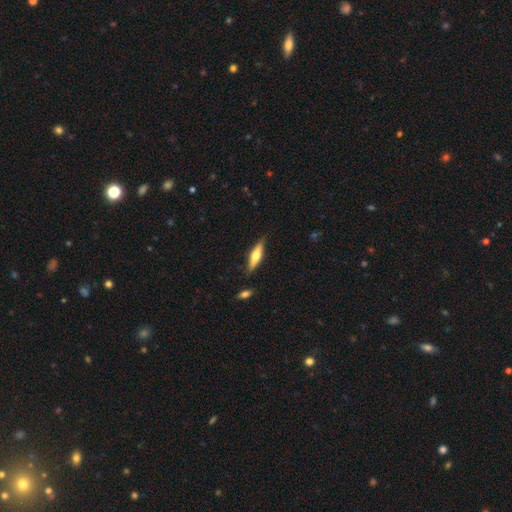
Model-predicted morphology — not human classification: The model was most divided on "smooth or featured": featured or disk: 51%, smooth: 43%, star or artifact: 6%. More confident: edge-on disk — yes (93%); merging — none (85%).